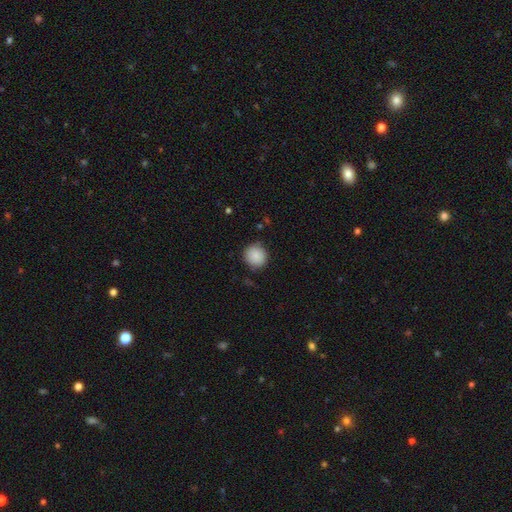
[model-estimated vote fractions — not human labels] smooth-or-featured: smooth: 88% | star or artifact: 8% | featured or disk: 4%
  how-rounded: round: 92% | in between: 7% | cigar-shaped: 1%
  merging: none: 85% | minor disturbance: 11% | major disturbance: 3% | merger: 1%